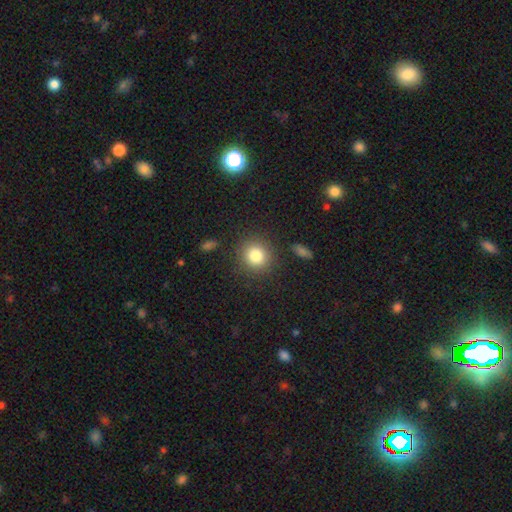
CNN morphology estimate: The model was most divided on "smooth or featured": smooth: 82%, star or artifact: 11%, featured or disk: 7%. More confident: merging — none (87%); how rounded — round (87%).